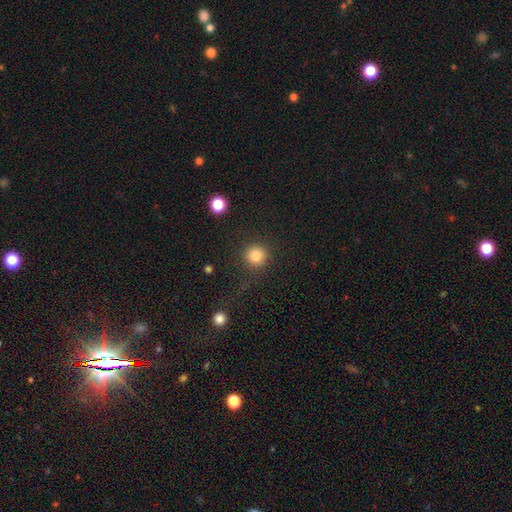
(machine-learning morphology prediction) Smooth or featured? Predicted: smooth (p=0.85). How rounded? Predicted: round (p=0.94). Merging? Predicted: none (p=0.86).